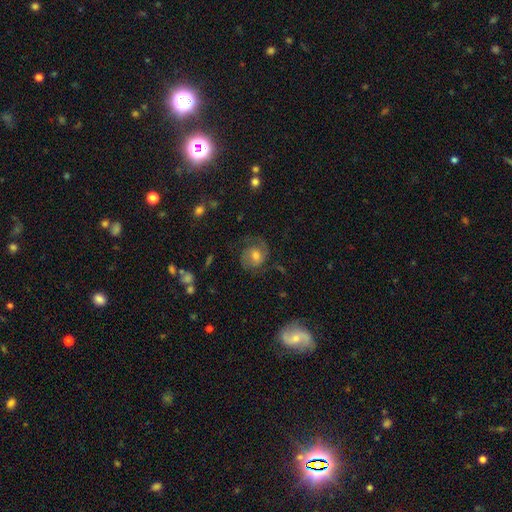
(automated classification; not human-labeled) The model was most divided on "spiral winding": medium: 43%, tight: 40%, loose: 17%. More confident: edge-on disk — no (97%); spiral arms — yes (90%); merging — none (67%); bar — no (65%); smooth or featured — featured or disk (65%); bulge size — moderate (62%); spiral arm count — 2 (62%).